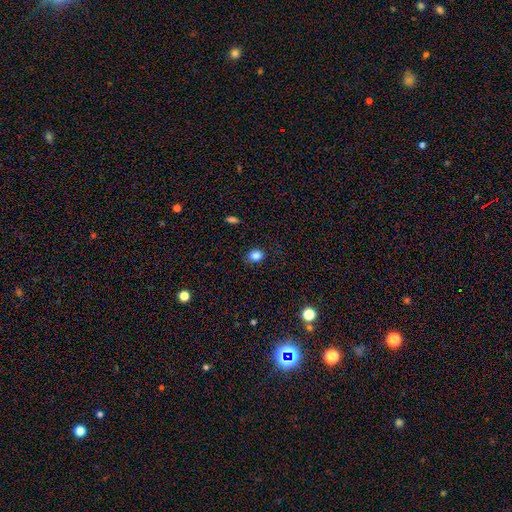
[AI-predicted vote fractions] Smooth or featured: smooth — 83% (star or artifact — 12%)
How rounded: round — 53% (in between — 46%)
Merging: none — 86% (minor disturbance — 10%)